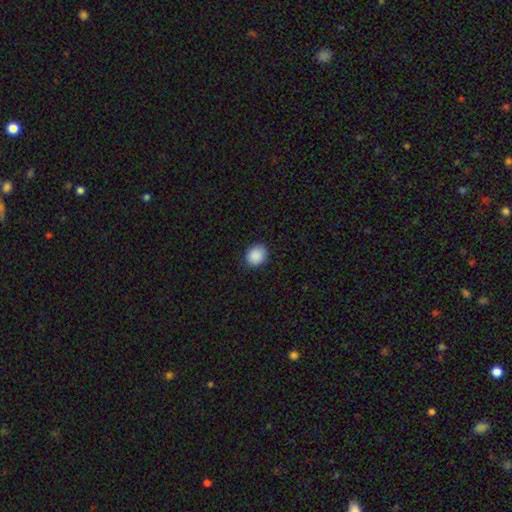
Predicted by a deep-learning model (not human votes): Overall: smooth (90%). How rounded: round (60%; in between 39%). Merging: none (87%).